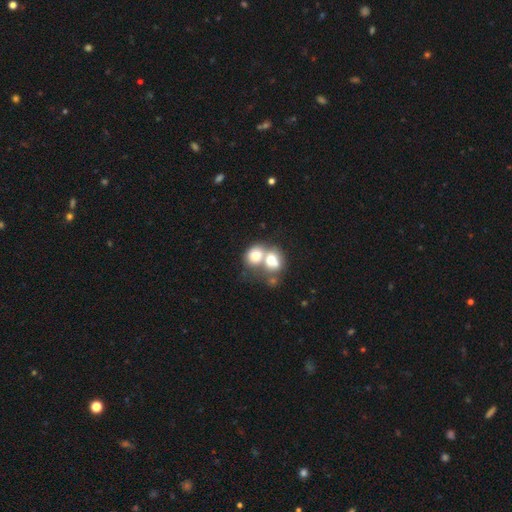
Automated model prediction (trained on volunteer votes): A smooth galaxy with no disk features (70%) that is round (58%). Merging: merger (71%).